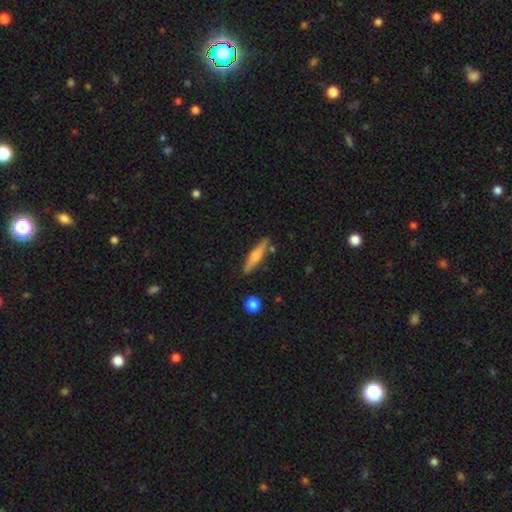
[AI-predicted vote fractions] Smooth or featured?
  - smooth: 53% *
  - featured or disk: 40%
  - star or artifact: 6%
How rounded?
  - cigar-shaped: 84% *
  - in between: 13%
  - round: 2%
Merging?
  - none: 83% *
  - minor disturbance: 11%
  - merger: 4%
  - major disturbance: 2%